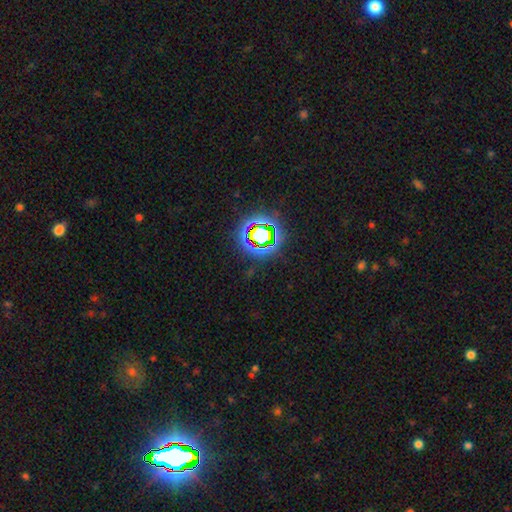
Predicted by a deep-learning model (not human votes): smooth-or-featured: star or artifact: 79% | smooth: 13% | featured or disk: 9%